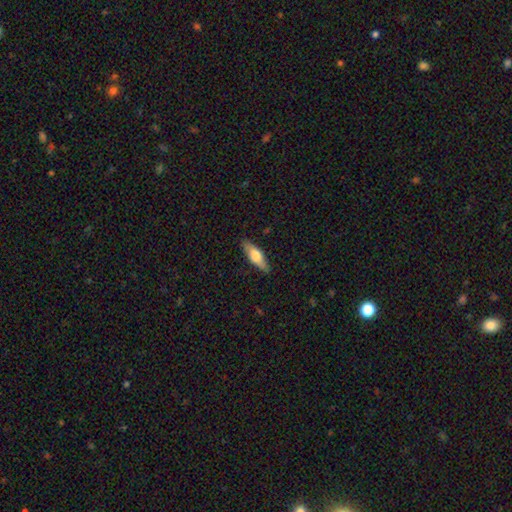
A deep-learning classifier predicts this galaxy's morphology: The model was most divided on "how rounded": in between: 51%, cigar-shaped: 46%, round: 3%. More confident: merging — none (85%); smooth or featured — smooth (57%).